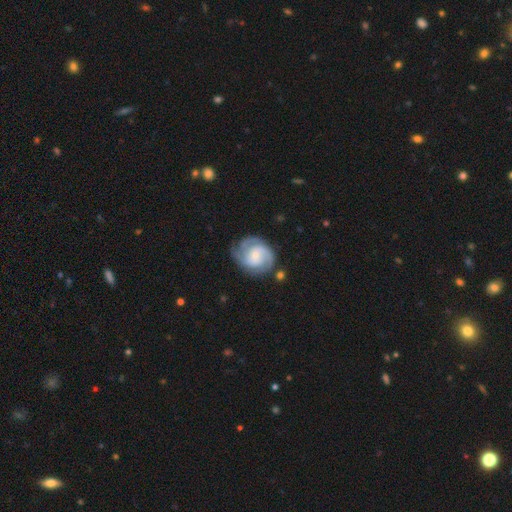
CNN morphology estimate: Overall: featured or disk (81%). Edge-on disk: no (98%). Bar: no (56%; weak 37%). Spiral arms: yes (96%). Spiral arm count: 2 (36%; 3 33%). Spiral winding: tight (49%; medium 41%). Bulge size: small (52%; moderate 33%). Merging: none (69%).